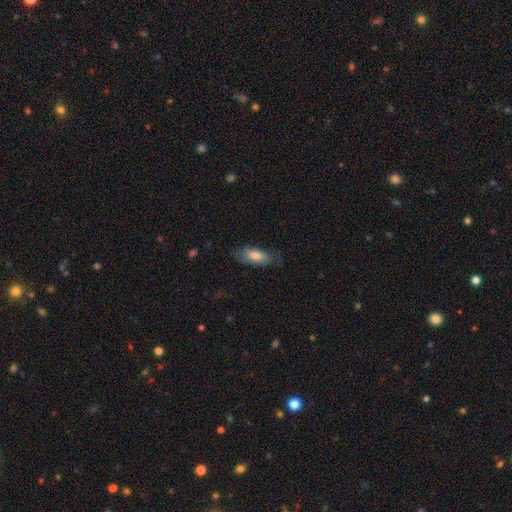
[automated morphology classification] The model was most divided on "merging": none: 70%, minor disturbance: 21%, major disturbance: 8%, merger: 1%. More confident: how rounded — in between (79%); smooth or featured — smooth (74%).